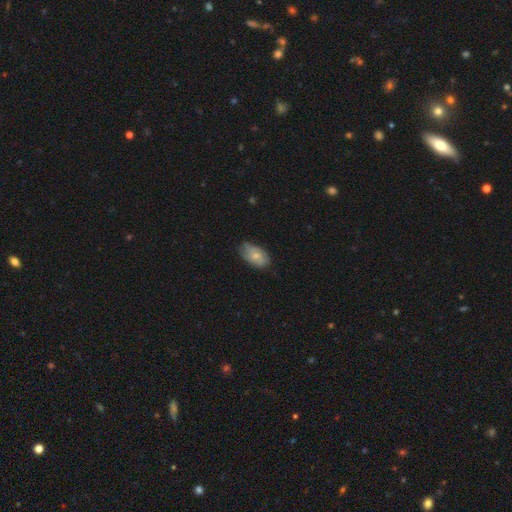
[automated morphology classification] Smooth or featured? smooth (63%)
How rounded? in between (92%)
Merging? none (65%)